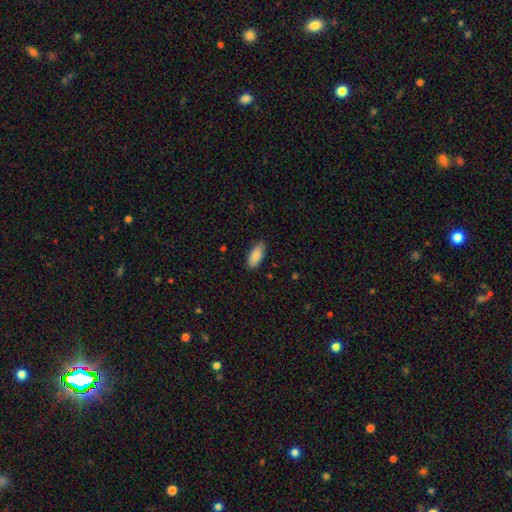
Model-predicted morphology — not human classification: type=smooth (89%); roundness=in between (86%); merging=none (87%).